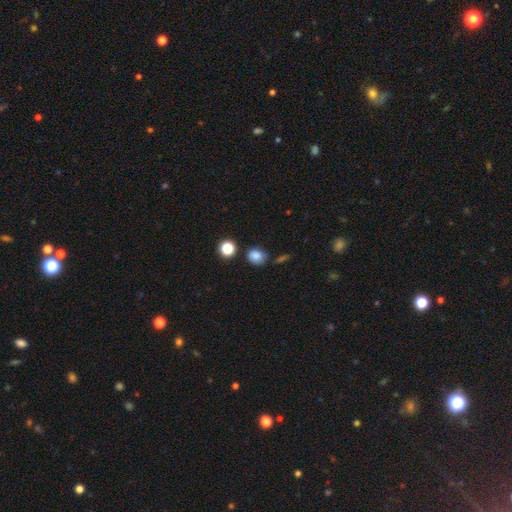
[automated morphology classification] Smooth or featured? Predicted: smooth (p=0.83). How rounded? Predicted: round (p=0.71). Merging? Predicted: none (p=0.73).